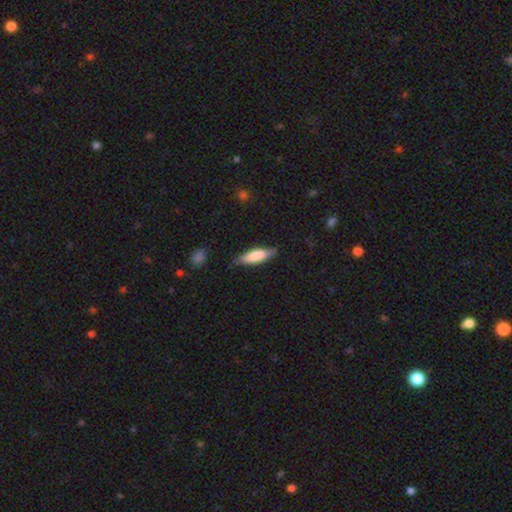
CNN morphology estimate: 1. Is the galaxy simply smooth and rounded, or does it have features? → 77% smooth, 17% featured or disk, 5% star or artifact.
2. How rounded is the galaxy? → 53% cigar-shaped, 46% in between, 2% round.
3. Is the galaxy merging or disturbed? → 80% none, 16% minor disturbance, 3% major disturbance, 1% merger.